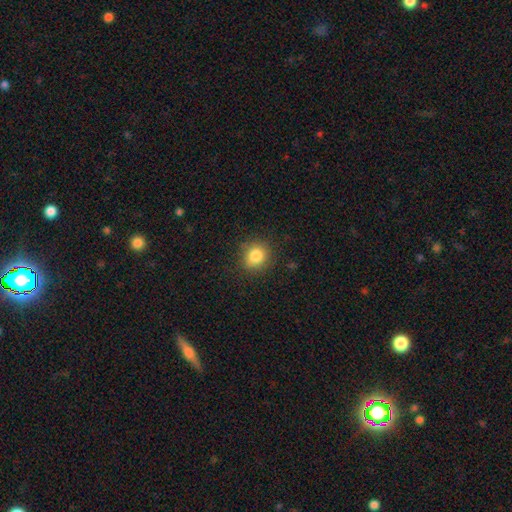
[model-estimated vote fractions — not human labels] Smooth or featured?
  - smooth: 83% *
  - star or artifact: 10%
  - featured or disk: 6%
How rounded?
  - round: 78% *
  - in between: 21%
  - cigar-shaped: 1%
Merging?
  - none: 84% *
  - minor disturbance: 12%
  - major disturbance: 3%
  - merger: 1%